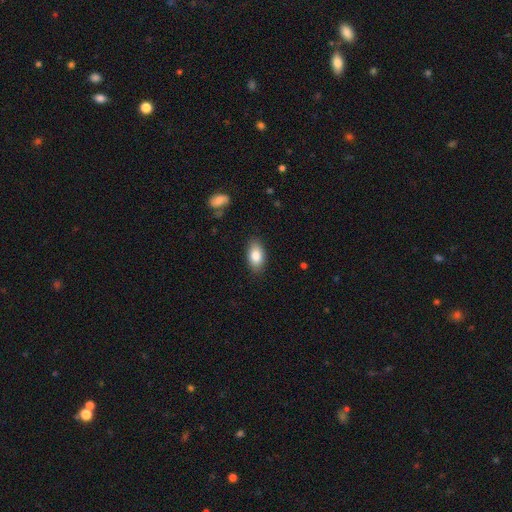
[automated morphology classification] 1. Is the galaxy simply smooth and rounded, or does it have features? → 84% smooth, 9% featured or disk, 7% star or artifact.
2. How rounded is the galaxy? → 91% in between, 5% round, 4% cigar-shaped.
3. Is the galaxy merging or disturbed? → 86% none, 11% minor disturbance, 3% major disturbance, 1% merger.